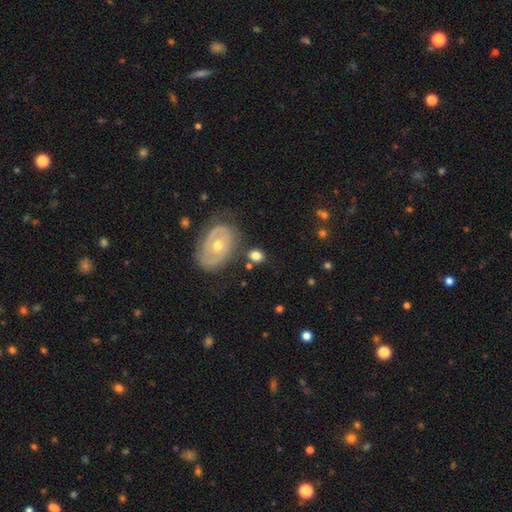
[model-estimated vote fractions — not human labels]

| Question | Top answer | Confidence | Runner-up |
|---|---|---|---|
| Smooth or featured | smooth | 67% | featured or disk (24%) |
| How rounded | in between | 52% | round (46%) |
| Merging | none | 72% | minor disturbance (15%) |